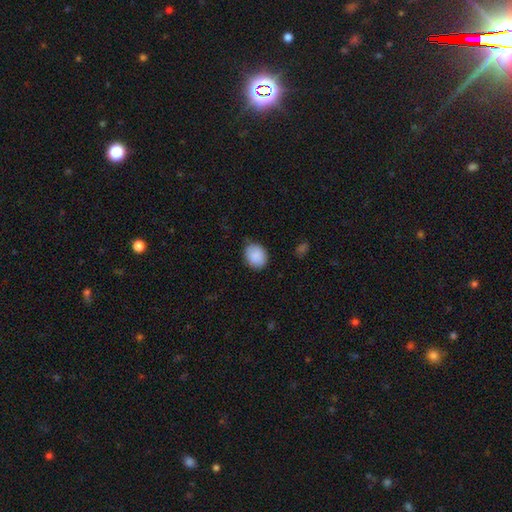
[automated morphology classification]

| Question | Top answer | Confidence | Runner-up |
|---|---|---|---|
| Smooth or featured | smooth | 89% | star or artifact (7%) |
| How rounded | round | 54% | in between (45%) |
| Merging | none | 80% | minor disturbance (15%) |